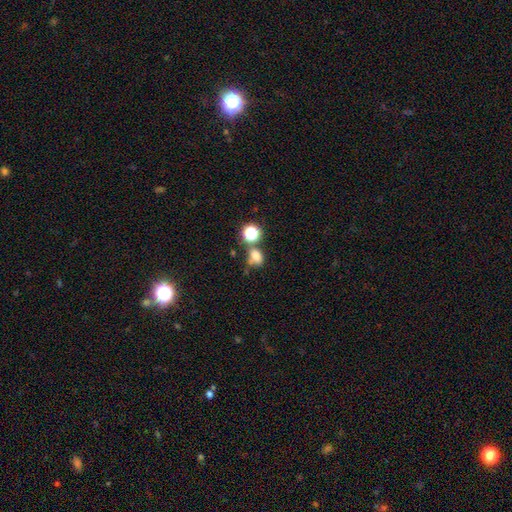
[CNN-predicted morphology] This is likely a smooth galaxy (71%). How rounded: possibly in between (58%). Merging: possibly none (47%).